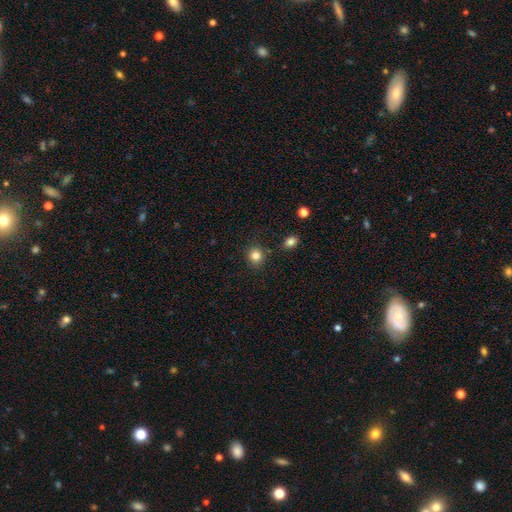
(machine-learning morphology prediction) type=smooth (83%); roundness=round (86%); merging=none (86%).